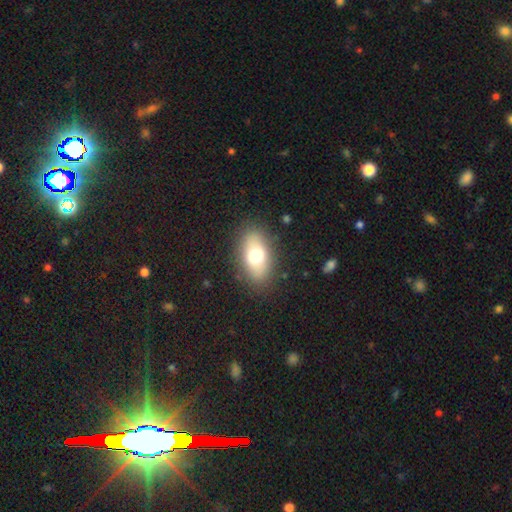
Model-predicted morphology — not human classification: smooth-or-featured: smooth: 68% | featured or disk: 23% | star or artifact: 9%
  how-rounded: in between: 87% | round: 10% | cigar-shaped: 4%
  merging: none: 84% | minor disturbance: 10% | major disturbance: 4% | merger: 1%